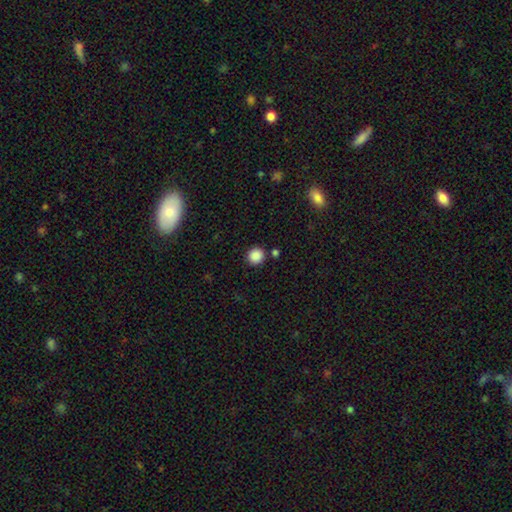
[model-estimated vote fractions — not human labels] Smooth or featured?
  - smooth: 87% *
  - star or artifact: 10%
  - featured or disk: 3%
How rounded?
  - round: 93% *
  - in between: 6%
  - cigar-shaped: 1%
Merging?
  - none: 87% *
  - minor disturbance: 7%
  - merger: 4%
  - major disturbance: 2%